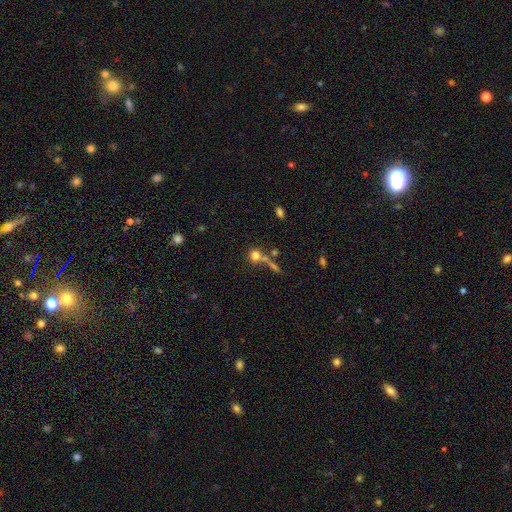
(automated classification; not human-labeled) This is likely a smooth galaxy (72%). How rounded: clearly round (87%). Merging: possibly none (51%).